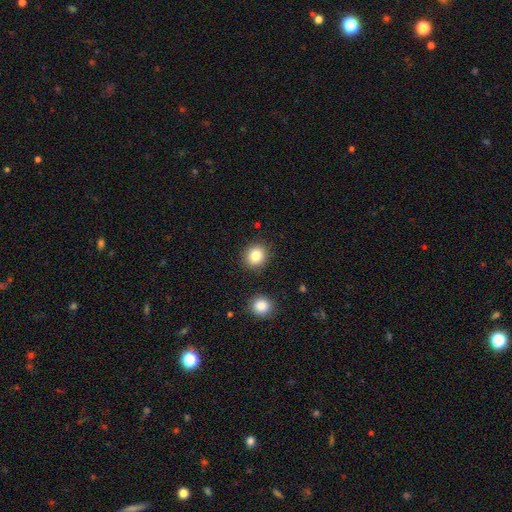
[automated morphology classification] smooth 82%, star or artifact 10%, featured or disk 7%. Down the decision tree: how rounded — round (85%); merging — none (87%).